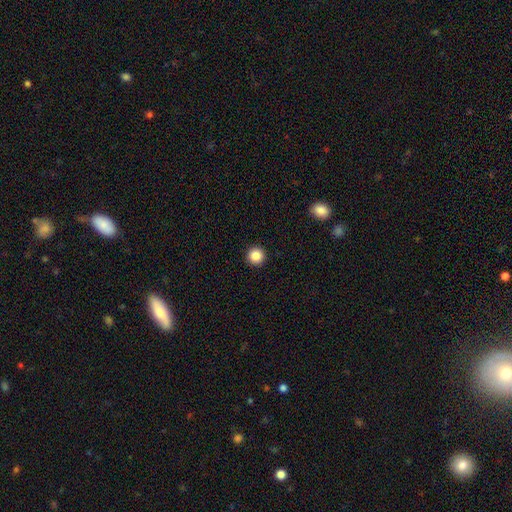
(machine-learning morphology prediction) A smooth galaxy with no disk features (86%) that is round (96%). Merging: none (94%).